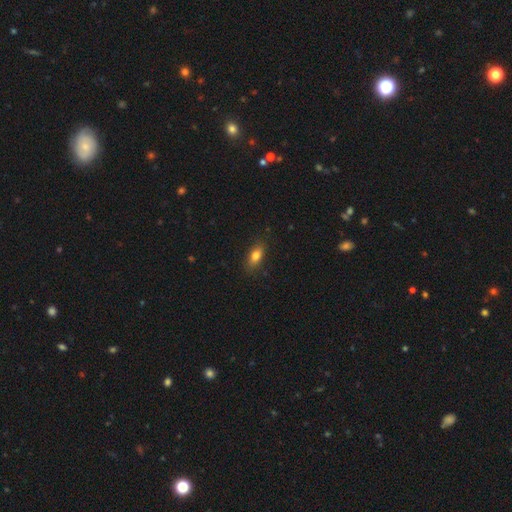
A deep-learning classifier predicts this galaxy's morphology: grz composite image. It shows a smooth galaxy with no disk features (79%) that is in between round and cigar-shaped (80%). Merging: none (85%).